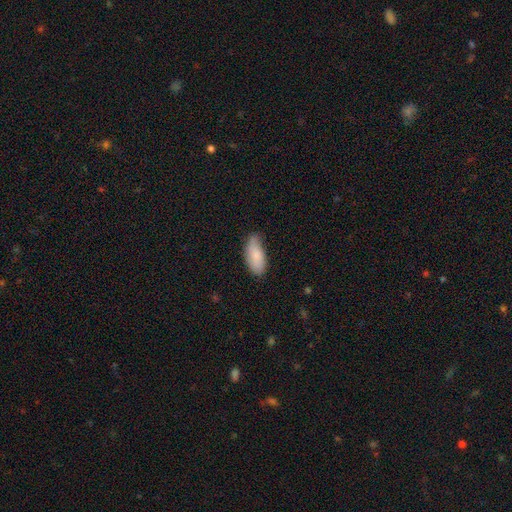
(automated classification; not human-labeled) Smooth or featured: smooth — 84% (featured or disk — 10%)
How rounded: in between — 88% (cigar-shaped — 11%)
Merging: none — 58% (minor disturbance — 34%)